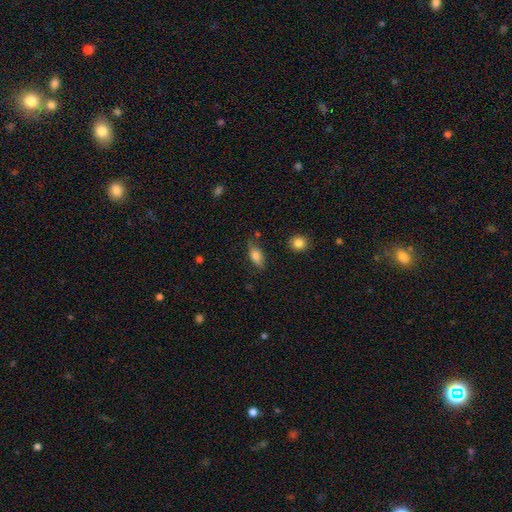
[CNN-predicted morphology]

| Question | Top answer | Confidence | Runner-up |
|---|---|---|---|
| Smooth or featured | smooth | 75% | featured or disk (17%) |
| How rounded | in between | 81% | cigar-shaped (13%) |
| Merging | none | 71% | minor disturbance (21%) |